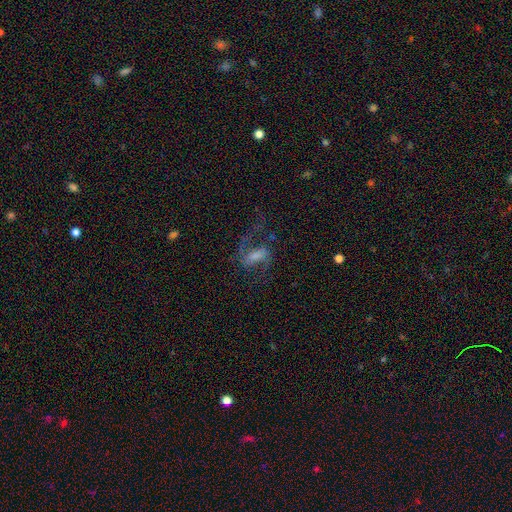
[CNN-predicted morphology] smooth-or-featured: featured or disk: 77% | smooth: 12% | star or artifact: 10%
  disk-edge-on: no: 95% | yes: 5%
    bar: weak: 46% | strong: 37% | no: 17%
    has-spiral-arms: yes: 93% | no: 7%
      spiral-winding: loose: 49% | medium: 43% | tight: 8%
      spiral-arm-count: 2: 89% | 1: 5% | can't tell: 3% | 3: 1% | 4: 1% | more than 4: 1%
    bulge-size: moderate: 35% | small: 32% | none: 16% | large: 14% | dominant: 2%
  merging: none: 65% | major disturbance: 20% | minor disturbance: 14% | merger: 2%